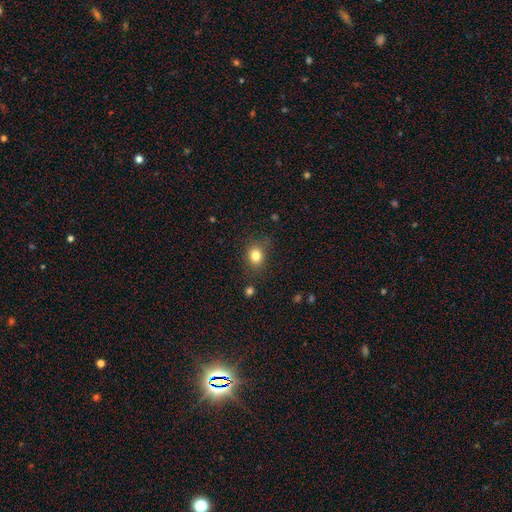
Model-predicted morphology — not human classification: Q: Smooth or featured?
A: smooth (81%); runner-up: star or artifact (12%)
Q: How rounded?
A: round (63%); runner-up: in between (36%)
Q: Merging?
A: none (79%); runner-up: minor disturbance (15%)